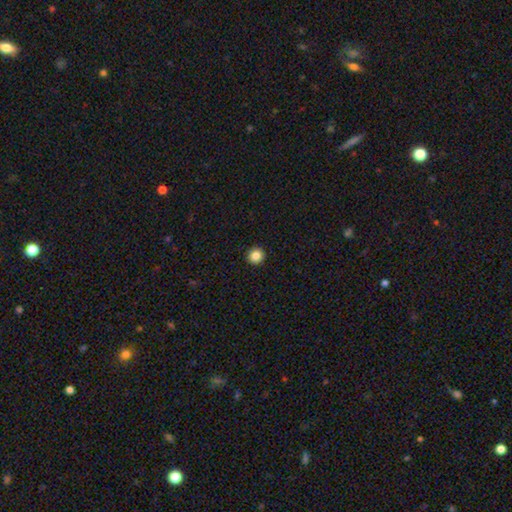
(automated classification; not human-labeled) Smooth or featured?
  - smooth: 85% *
  - star or artifact: 10%
  - featured or disk: 5%
How rounded?
  - round: 95% *
  - in between: 4%
  - cigar-shaped: 1%
Merging?
  - none: 94% *
  - minor disturbance: 4%
  - major disturbance: 1%
  - merger: 1%